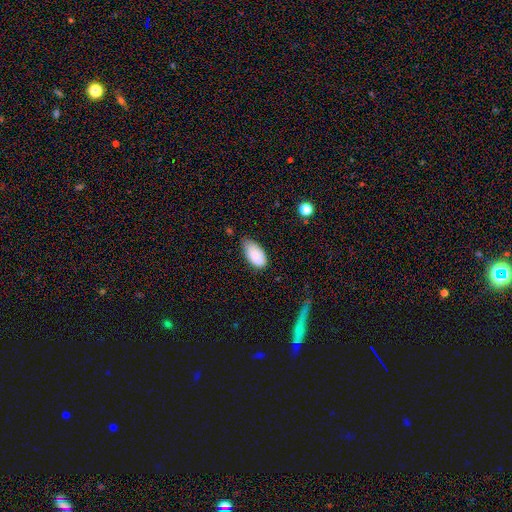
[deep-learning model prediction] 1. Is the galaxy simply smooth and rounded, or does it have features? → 83% smooth, 10% featured or disk, 7% star or artifact.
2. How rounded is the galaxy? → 95% in between, 3% round, 2% cigar-shaped.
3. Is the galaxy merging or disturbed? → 52% none, 38% minor disturbance, 7% major disturbance, 3% merger.